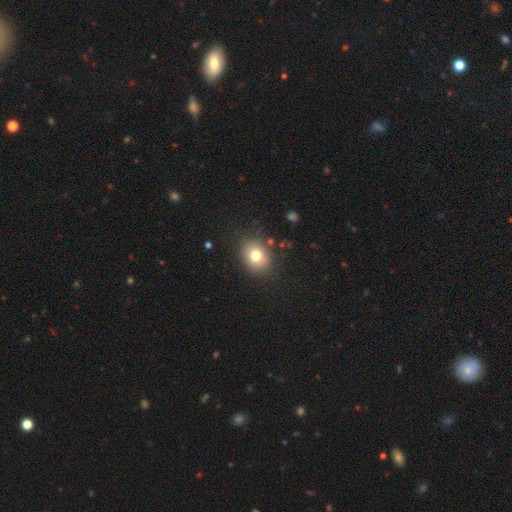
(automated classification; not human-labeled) A smooth galaxy with no disk features (77%) that is round (54%). Merging: none (83%).